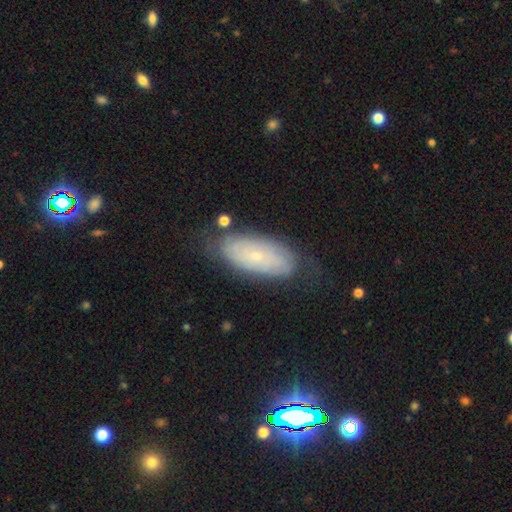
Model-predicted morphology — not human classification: A featured or disk galaxy (48%). Merging: none (68%).